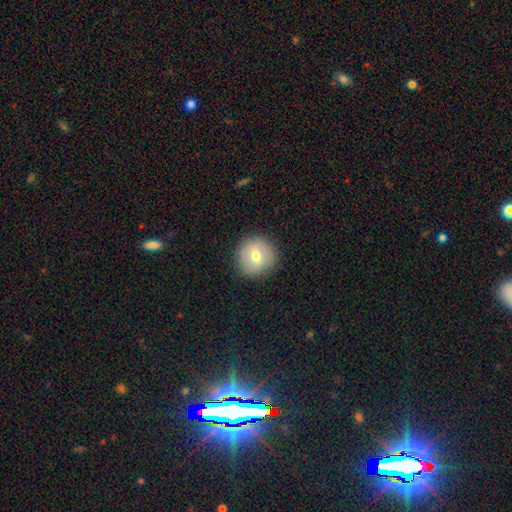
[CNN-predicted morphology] Smooth or featured? smooth (70%)
How rounded? round (93%)
Merging? none (88%)